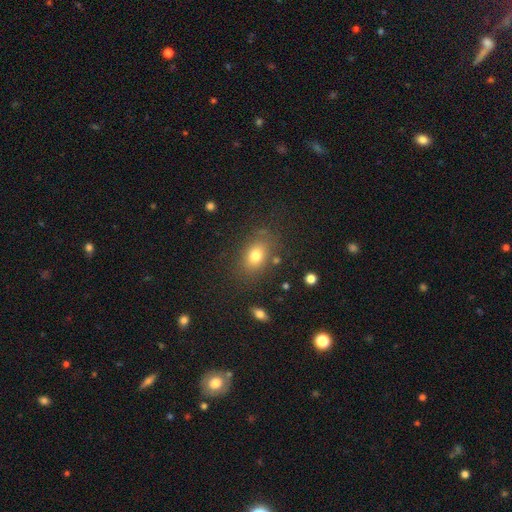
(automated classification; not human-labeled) A smooth galaxy with no disk features (76%) that is in between round and cigar-shaped (75%). Merging: none (77%).